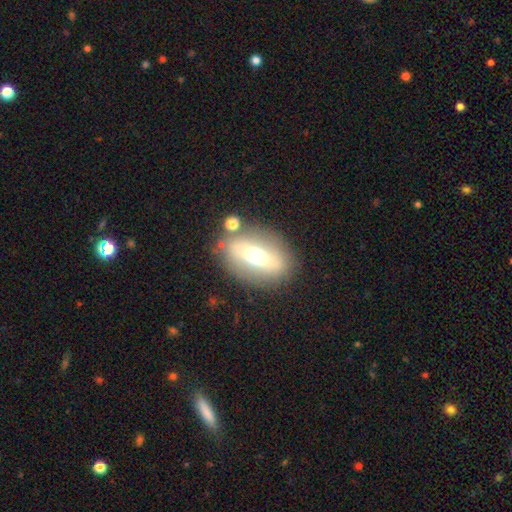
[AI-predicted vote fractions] smooth 51%, featured or disk 39%, star or artifact 10%. Down the decision tree: how rounded — in between (79%); merging — none (76%).